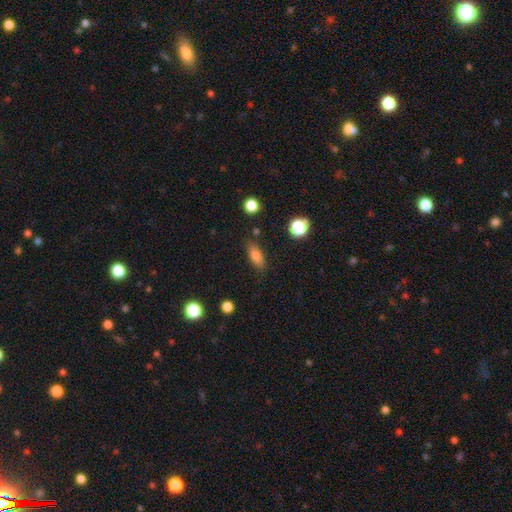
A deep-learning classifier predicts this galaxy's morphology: Smooth or featured?
  - smooth: 81% *
  - star or artifact: 10%
  - featured or disk: 10%
How rounded?
  - in between: 76% *
  - cigar-shaped: 19%
  - round: 5%
Merging?
  - none: 81% *
  - minor disturbance: 12%
  - major disturbance: 3%
  - merger: 3%